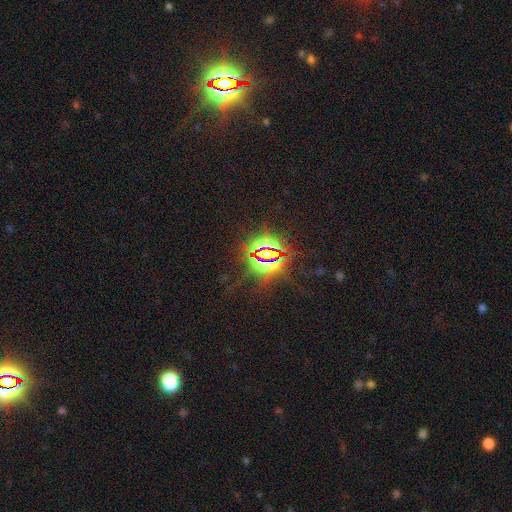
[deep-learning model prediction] Smooth or featured? Predicted: star or artifact (p=0.84).